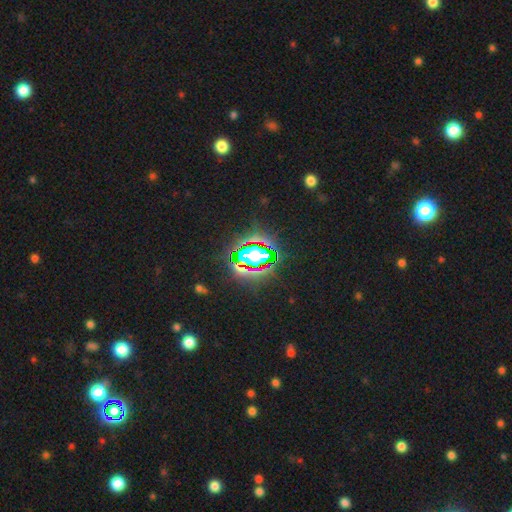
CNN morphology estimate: Smooth or featured: star or artifact — 66% (smooth — 19%)